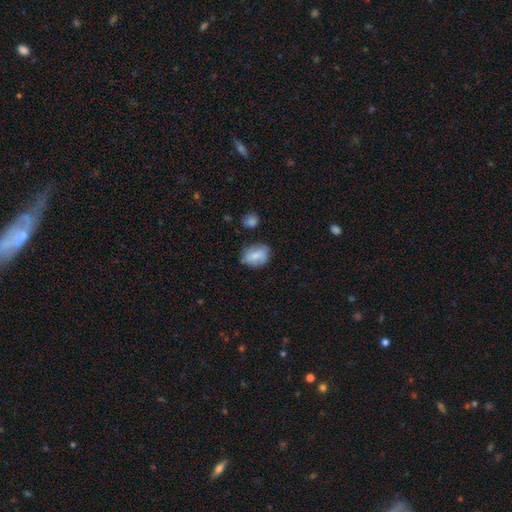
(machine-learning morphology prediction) Smooth or featured? Predicted: smooth (p=0.73). How rounded? Predicted: in between (p=0.66). Merging? Predicted: none (p=0.62).